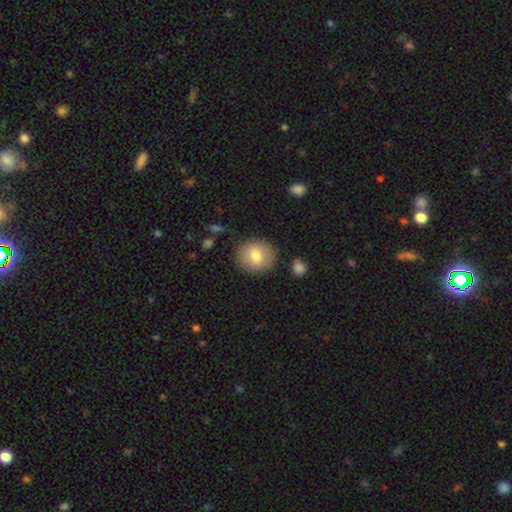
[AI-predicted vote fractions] Q: Smooth or featured?
A: smooth (75%); runner-up: featured or disk (17%)
Q: How rounded?
A: round (80%); runner-up: in between (19%)
Q: Merging?
A: none (85%); runner-up: minor disturbance (10%)